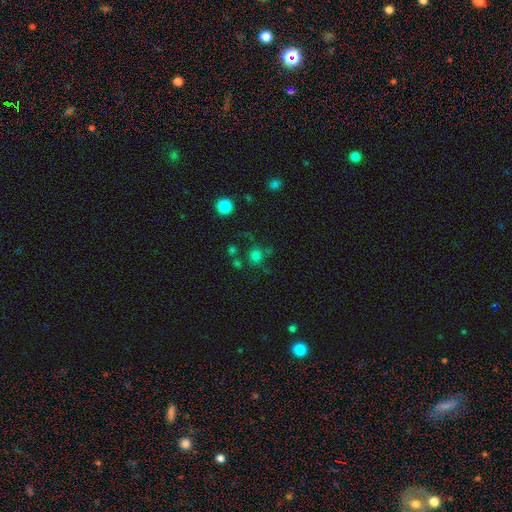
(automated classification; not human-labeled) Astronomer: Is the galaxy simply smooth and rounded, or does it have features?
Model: smooth — 73%.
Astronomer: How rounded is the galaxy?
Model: round — 87%.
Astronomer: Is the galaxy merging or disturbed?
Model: none — 70%.